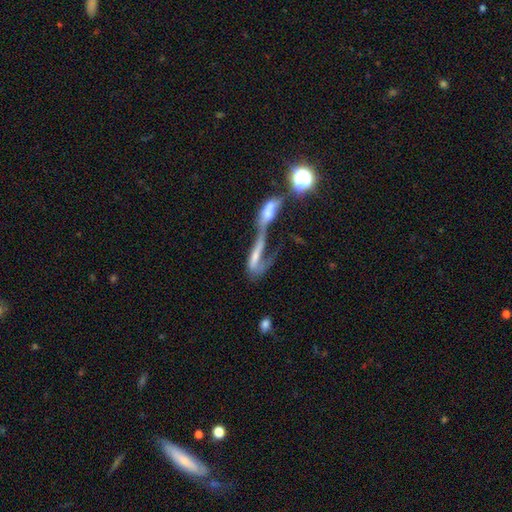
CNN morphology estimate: featured or disk 47%, smooth 43%, star or artifact 10%. Down the decision tree: merging — merger (76%).